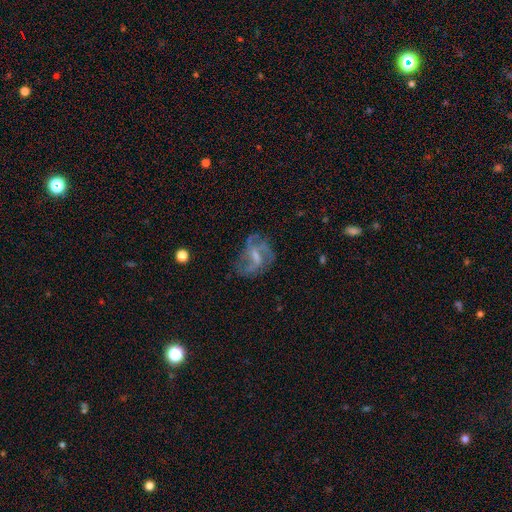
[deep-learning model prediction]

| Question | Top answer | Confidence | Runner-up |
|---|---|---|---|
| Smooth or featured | featured or disk | 72% | smooth (19%) |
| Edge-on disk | no | 97% | yes (3%) |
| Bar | weak | 52% | no (31%) |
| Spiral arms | yes | 77% | no (23%) |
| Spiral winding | medium | 43% | loose (38%) |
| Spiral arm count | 2 | 31% | can't tell (27%) |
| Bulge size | small | 46% | moderate (33%) |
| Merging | none | 51% | major disturbance (24%) |